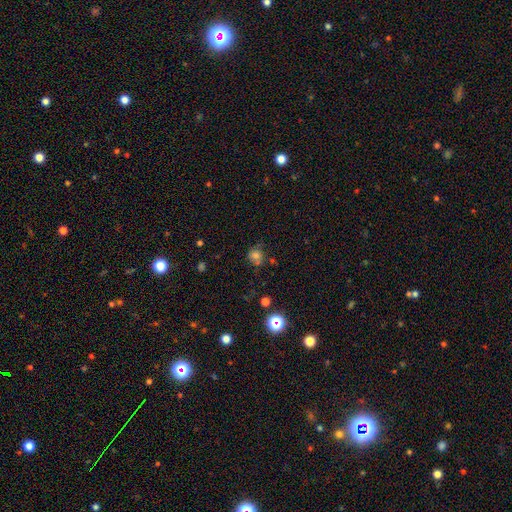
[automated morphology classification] smooth 63%, star or artifact 20%, featured or disk 17%. Down the decision tree: how rounded — round (77%); merging — none (56%).